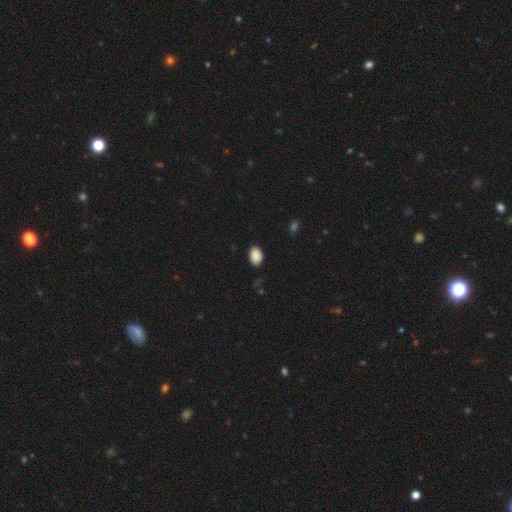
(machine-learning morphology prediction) Smooth or featured: smooth — 89% (star or artifact — 8%)
How rounded: in between — 85% (round — 14%)
Merging: none — 84% (minor disturbance — 13%)